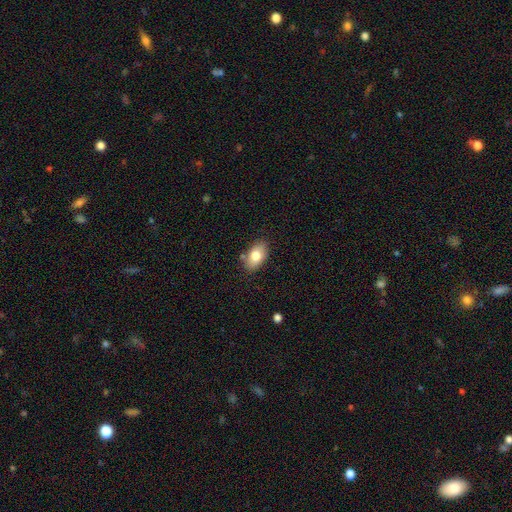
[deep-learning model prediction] smooth_or_featured: smooth (p=0.77) [alt: featured or disk p=0.16]
how_rounded: in between (p=0.90) [alt: round p=0.08]
merging: none (p=0.81) [alt: minor disturbance p=0.13]